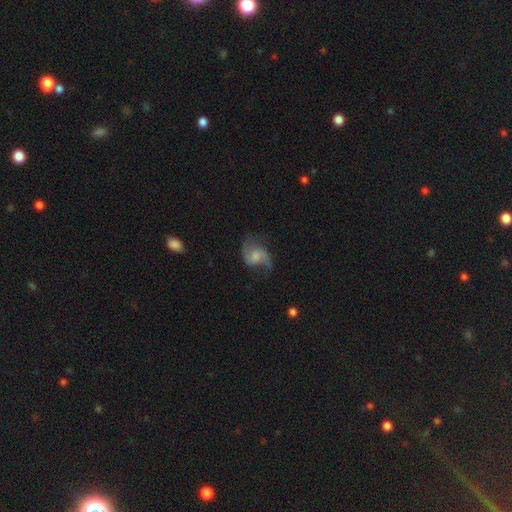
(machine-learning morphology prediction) type=featured or disk (79%); edge-on=no (98%); bar=no (54%); spiral arms=yes (95%); winding=loose (65%); arm count=2 (90%); bulge=none (31%); merging=none (65%).